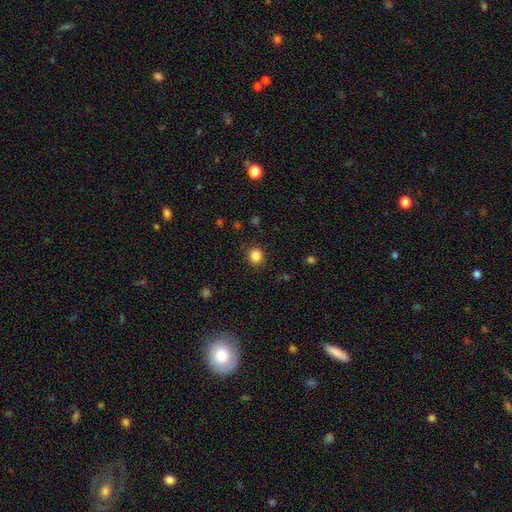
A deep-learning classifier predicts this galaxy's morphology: Smooth or featured: smooth — 85% (star or artifact — 11%)
How rounded: round — 82% (in between — 17%)
Merging: none — 88% (minor disturbance — 8%)